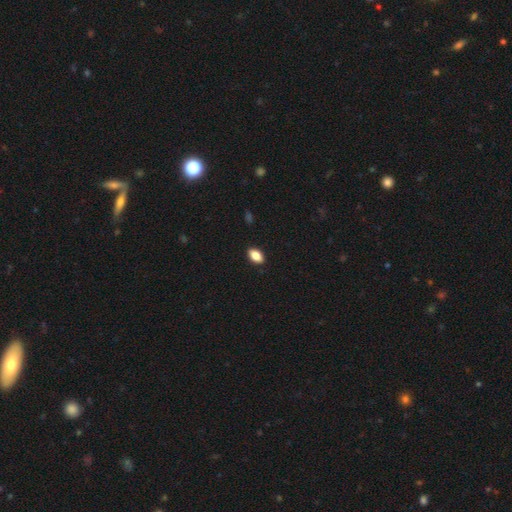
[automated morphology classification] This appears to be a smooth galaxy with no disk features (85%) that is in between round and cigar-shaped (90%). Merging: none (90%).